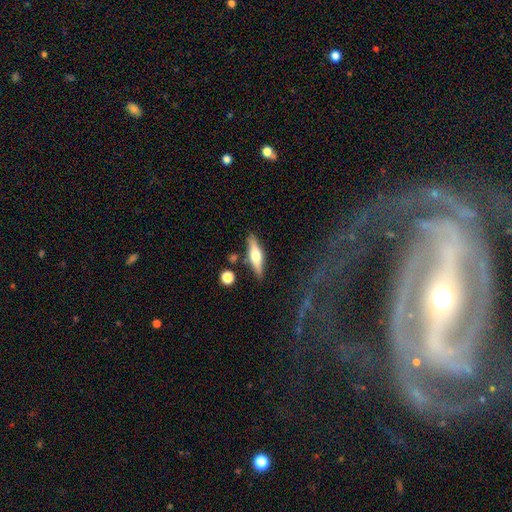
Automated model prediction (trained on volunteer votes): Q: Smooth or featured?
A: featured or disk (50%); runner-up: smooth (44%)
Q: Edge-on disk?
A: yes (92%); runner-up: no (8%)
Q: Merging?
A: none (82%); runner-up: minor disturbance (10%)